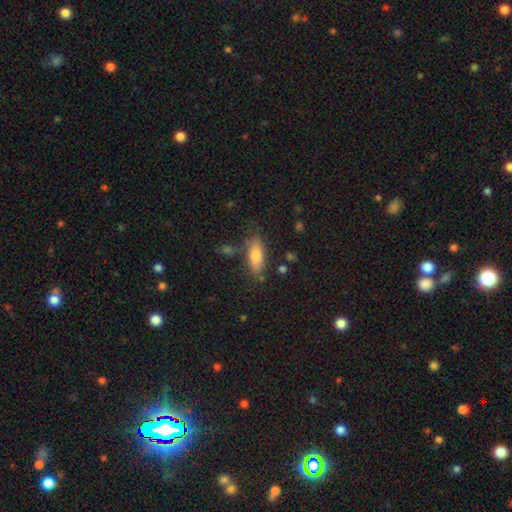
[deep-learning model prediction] smooth-or-featured: smooth: 81% | featured or disk: 11% | star or artifact: 7%
  how-rounded: in between: 77% | cigar-shaped: 21% | round: 2%
  merging: none: 72% | minor disturbance: 17% | merger: 6% | major disturbance: 5%